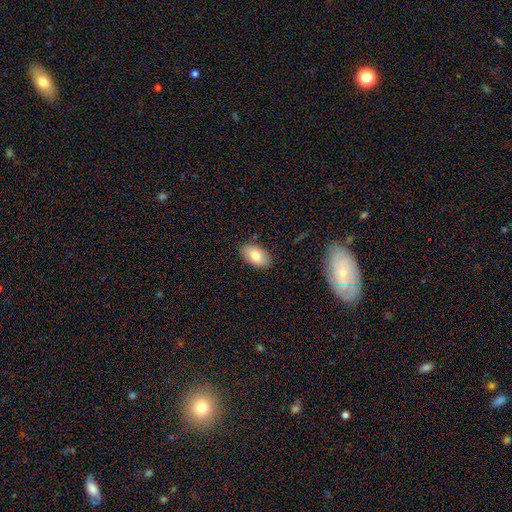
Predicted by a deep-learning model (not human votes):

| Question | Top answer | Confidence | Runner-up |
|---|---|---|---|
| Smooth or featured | smooth | 81% | featured or disk (12%) |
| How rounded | in between | 94% | round (4%) |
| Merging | none | 86% | minor disturbance (10%) |